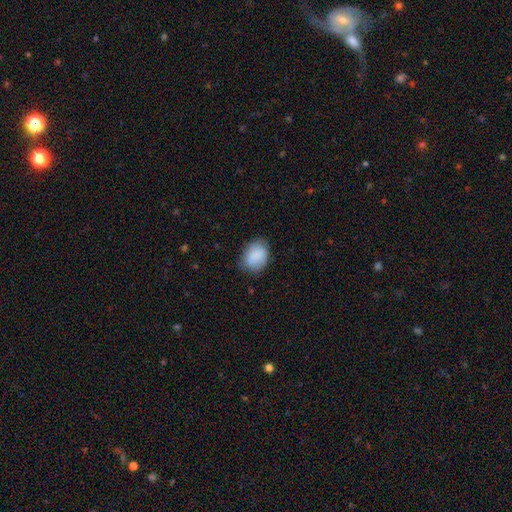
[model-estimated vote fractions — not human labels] The model was most divided on "how rounded": in between: 71%, round: 28%, cigar-shaped: 1%. More confident: smooth or featured — smooth (87%); merging — none (73%).